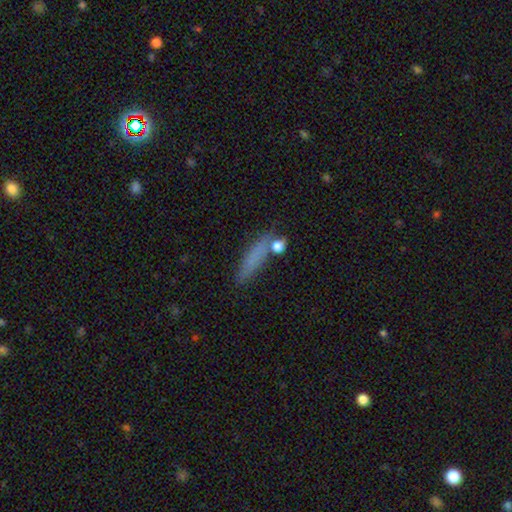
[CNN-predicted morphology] This appears to be a smooth galaxy with no disk features (72%) that is cigar-shaped (84%). Merging: none (77%).